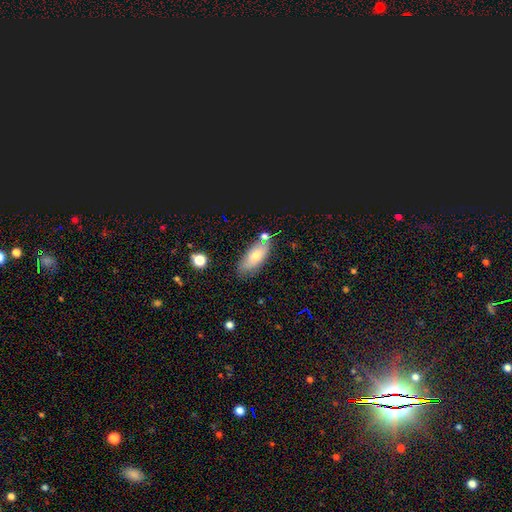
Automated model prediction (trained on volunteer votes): Smooth or featured? Predicted: smooth (p=0.67). How rounded? Predicted: in between (p=0.79). Merging? Predicted: none (p=0.66).